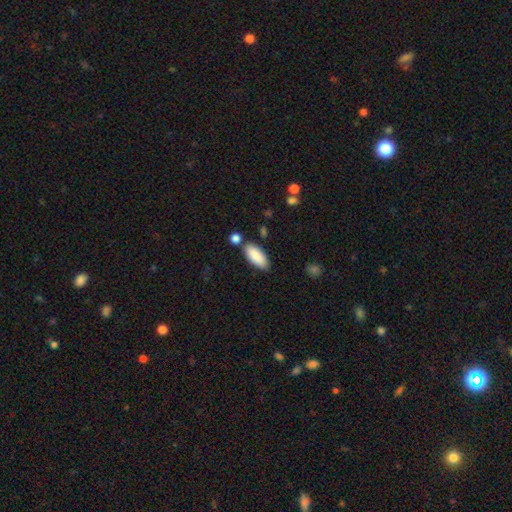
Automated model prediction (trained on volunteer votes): The model was most divided on "merging": none: 75%, minor disturbance: 12%, merger: 9%, major disturbance: 3%. More confident: smooth or featured — smooth (89%); how rounded — in between (85%).